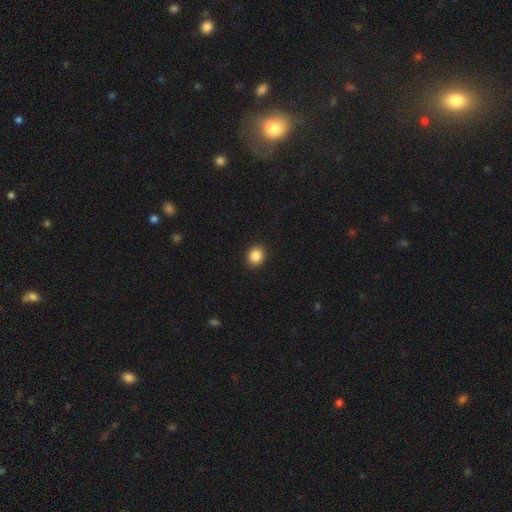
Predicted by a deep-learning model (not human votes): Q: Smooth or featured?
A: smooth (87%); runner-up: star or artifact (10%)
Q: How rounded?
A: round (73%); runner-up: in between (26%)
Q: Merging?
A: none (91%); runner-up: minor disturbance (6%)